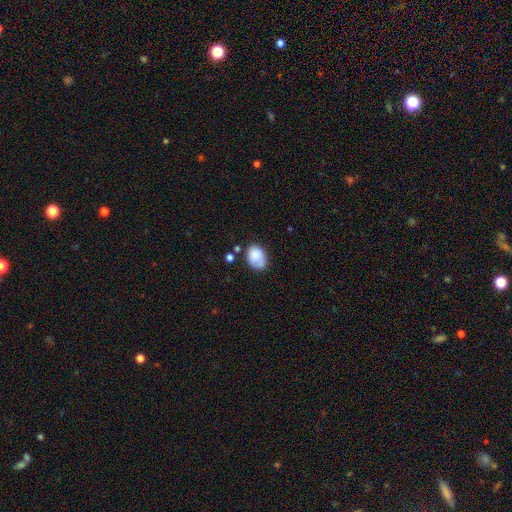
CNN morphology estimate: The model was most divided on "merging": none: 55%, minor disturbance: 27%, merger: 10%, major disturbance: 9%. More confident: smooth or featured — smooth (80%); how rounded — in between (75%).